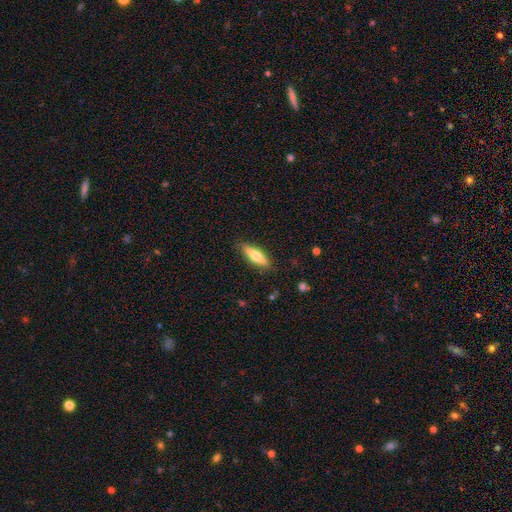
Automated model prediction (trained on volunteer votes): Smooth or featured? smooth (60%)
How rounded? cigar-shaped (61%)
Merging? none (87%)